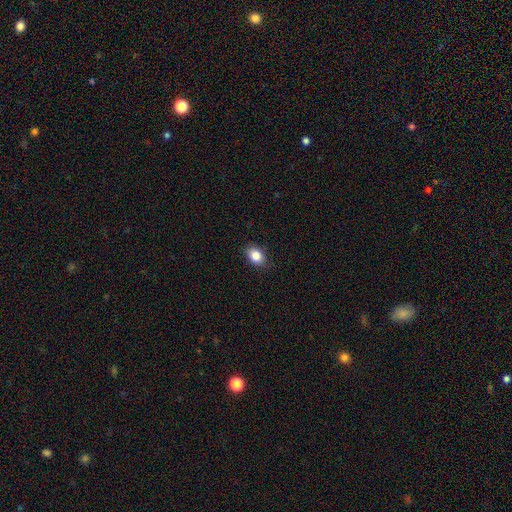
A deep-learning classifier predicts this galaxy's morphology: Smooth or featured: smooth — 85% (star or artifact — 9%)
How rounded: in between — 67% (round — 31%)
Merging: none — 82% (minor disturbance — 14%)